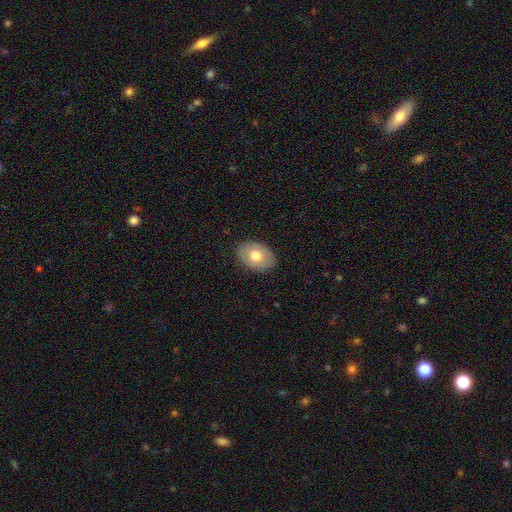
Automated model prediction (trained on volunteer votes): This appears to be a smooth galaxy with no disk features (67%) that is in between round and cigar-shaped (78%). Merging: none (86%).